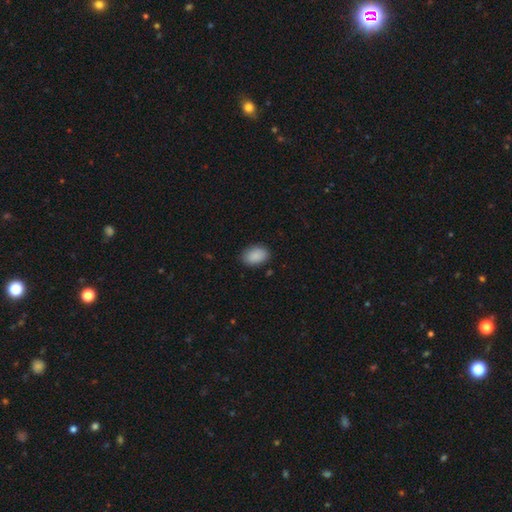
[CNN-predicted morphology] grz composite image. It shows a smooth galaxy with no disk features (90%) that is in between round and cigar-shaped (89%). Merging: none (85%).